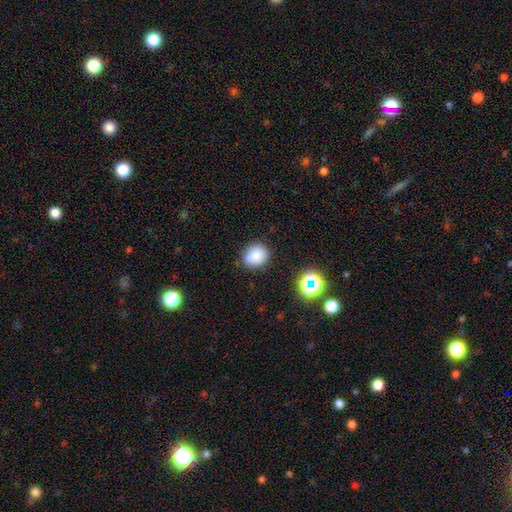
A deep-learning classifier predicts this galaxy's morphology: Smooth or featured?
  - smooth: 82% *
  - star or artifact: 13%
  - featured or disk: 5%
How rounded?
  - round: 76% *
  - in between: 23%
  - cigar-shaped: 1%
Merging?
  - none: 83% *
  - minor disturbance: 11%
  - major disturbance: 3%
  - merger: 3%